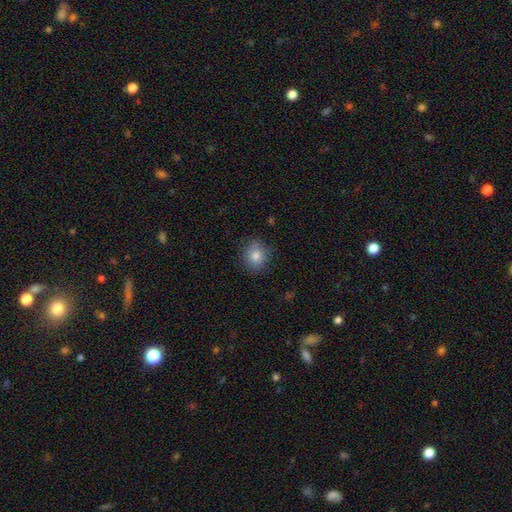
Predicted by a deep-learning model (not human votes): A smooth galaxy with no disk features (81%) that is round (76%). Merging: none (85%).